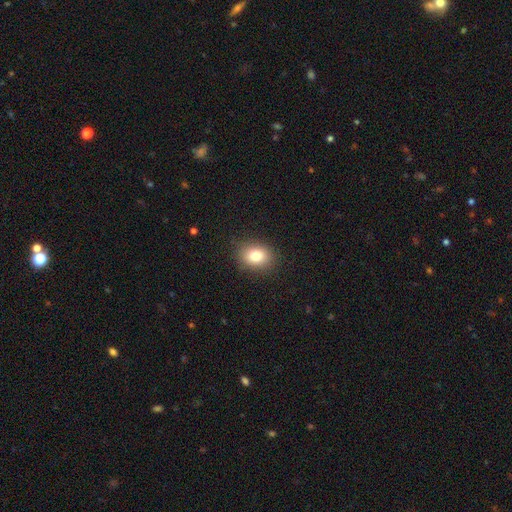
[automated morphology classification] smooth 81%, star or artifact 10%, featured or disk 9%. Down the decision tree: how rounded — in between (61%); merging — none (87%).